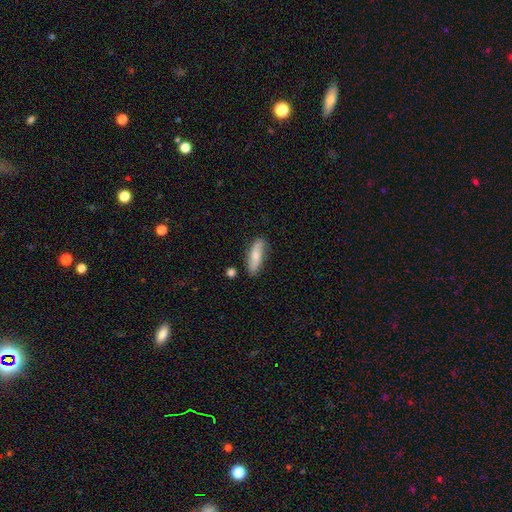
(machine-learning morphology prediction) Smooth or featured? smooth (66%)
How rounded? cigar-shaped (51%)
Merging? none (78%)